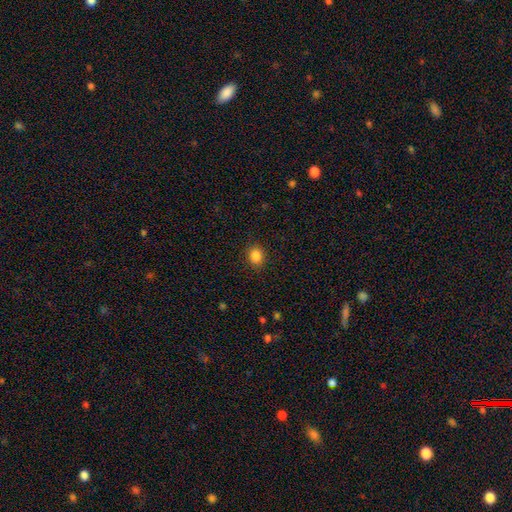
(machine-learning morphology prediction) Smooth or featured? Predicted: smooth (p=0.86). How rounded? Predicted: round (p=0.55). Merging? Predicted: none (p=0.87).